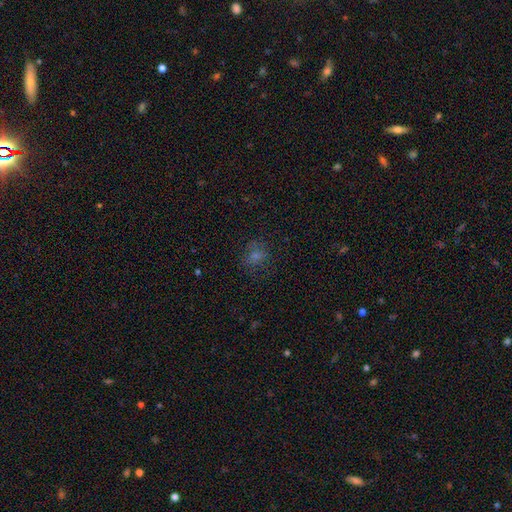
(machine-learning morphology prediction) A smooth galaxy with no disk features (53%) that is round (66%).

Vote fractions:
- Smooth or featured? smooth: 53% / star or artifact: 32% / featured or disk: 15%
- How rounded? round: 66% / in between: 33% / cigar-shaped: 2%
- Merging? none: 76% / minor disturbance: 15% / major disturbance: 8% / merger: 2%